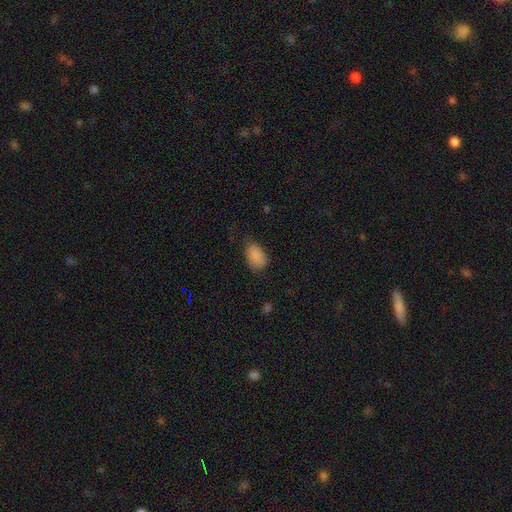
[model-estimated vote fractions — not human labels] Smooth or featured?
  - smooth: 87% *
  - star or artifact: 8%
  - featured or disk: 5%
How rounded?
  - in between: 89% *
  - round: 9%
  - cigar-shaped: 1%
Merging?
  - none: 65% *
  - minor disturbance: 27%
  - major disturbance: 7%
  - merger: 1%